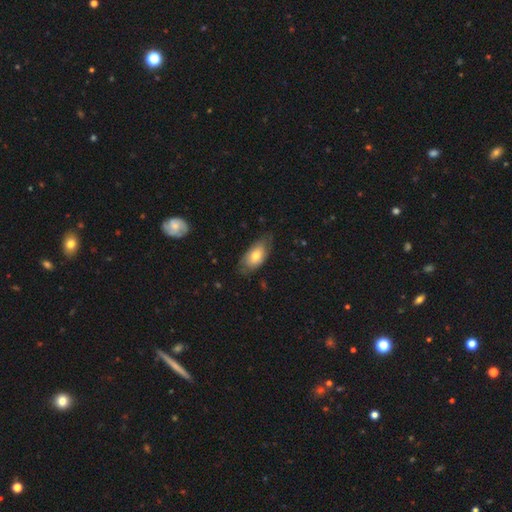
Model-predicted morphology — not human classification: Overall: smooth (65%; featured or disk 29%). How rounded: in between (91%). Merging: none (62%; minor disturbance 29%).